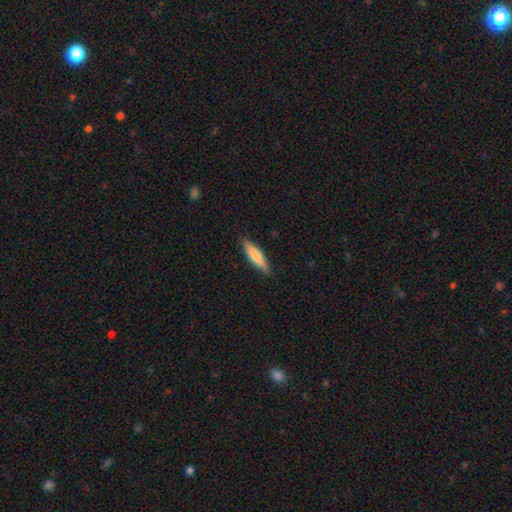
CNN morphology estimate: Smooth or featured? Predicted: smooth (p=0.76). How rounded? Predicted: cigar-shaped (p=0.77). Merging? Predicted: none (p=0.88).